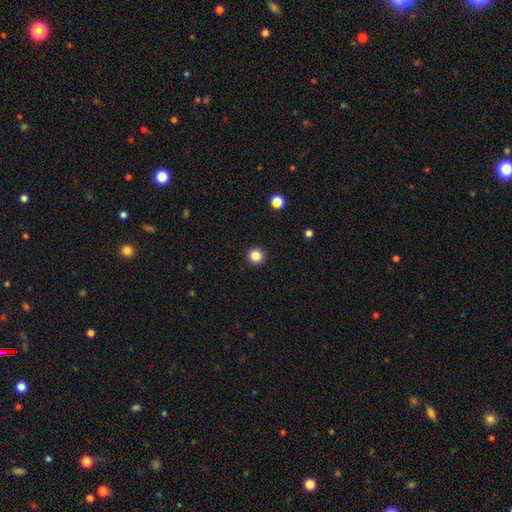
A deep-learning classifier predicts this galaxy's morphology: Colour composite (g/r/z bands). It shows a smooth galaxy with no disk features (84%) that is round (96%). Merging: none (94%).